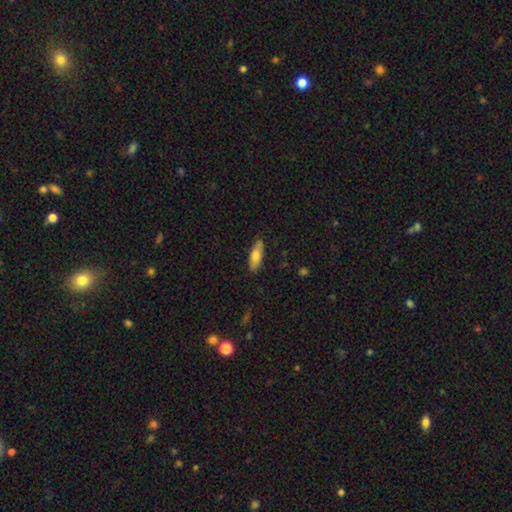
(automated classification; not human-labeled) A smooth galaxy with no disk features (71%) that is in between round and cigar-shaped (62%). Merging: none (82%).